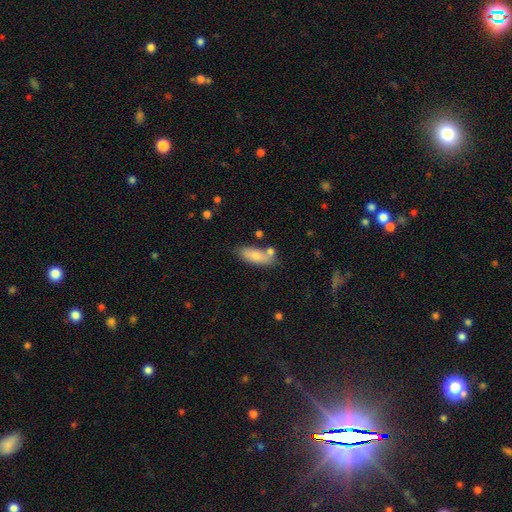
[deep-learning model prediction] smooth_or_featured: smooth (p=0.78) [alt: featured or disk p=0.15]
how_rounded: in between (p=0.75) [alt: cigar-shaped p=0.22]
merging: none (p=0.58) [alt: minor disturbance p=0.19]